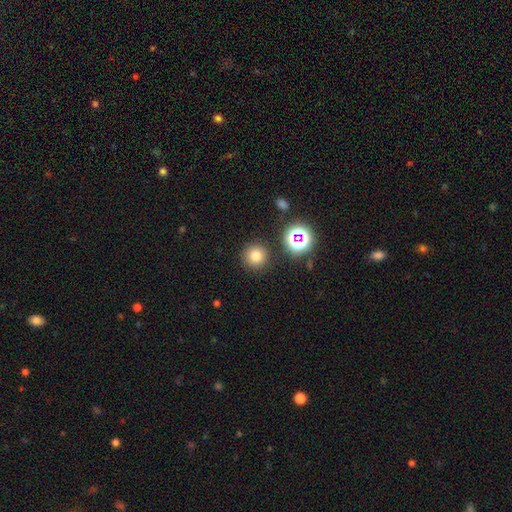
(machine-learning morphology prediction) The model was most divided on "smooth or featured": smooth: 75%, star or artifact: 18%, featured or disk: 7%. More confident: how rounded — round (95%); merging — none (88%).